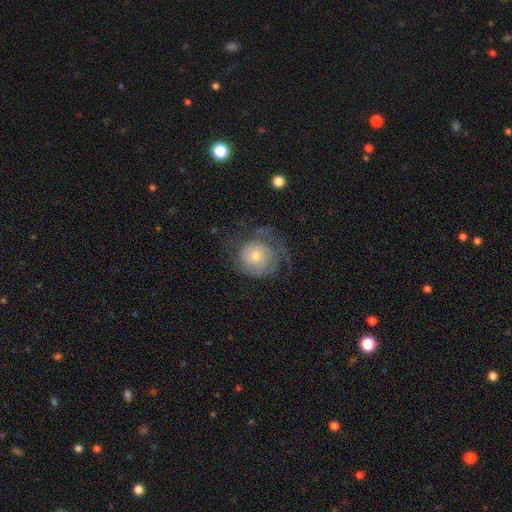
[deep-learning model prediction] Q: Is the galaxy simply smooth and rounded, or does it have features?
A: featured or disk — 51%.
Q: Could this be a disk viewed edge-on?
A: no — 97%.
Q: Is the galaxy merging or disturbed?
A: none — 51%.